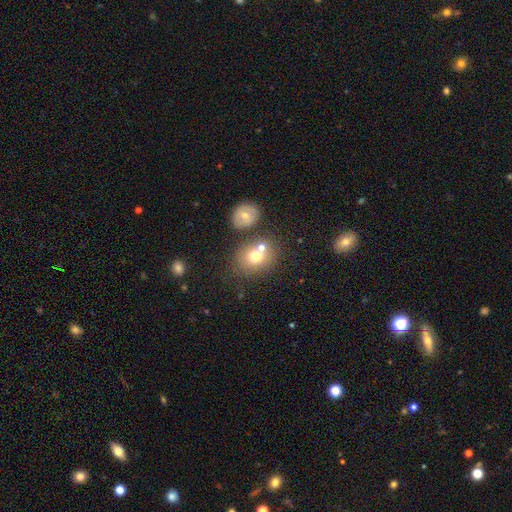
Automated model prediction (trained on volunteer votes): This appears to be a smooth galaxy with no disk features (71%) that is round (64%). Merging: none (53%).